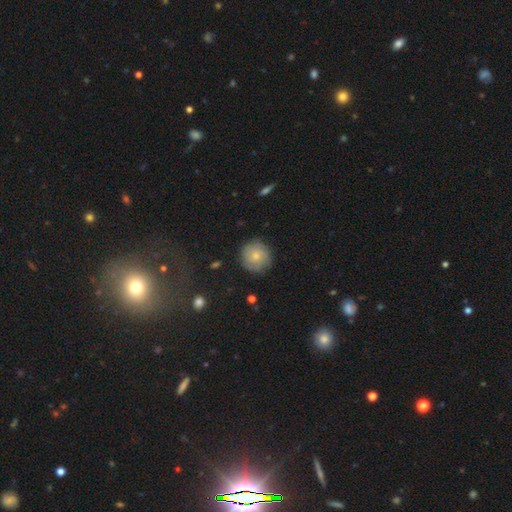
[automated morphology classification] The model was most divided on "smooth or featured": smooth: 53%, featured or disk: 39%, star or artifact: 8%. More confident: how rounded — round (92%); merging — none (84%).